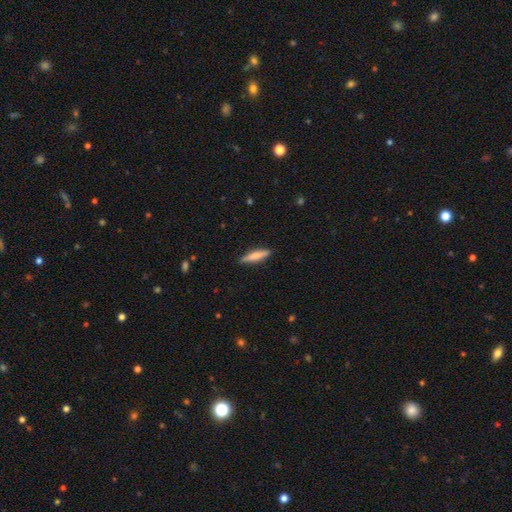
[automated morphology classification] Smooth or featured? Predicted: smooth (p=0.68). How rounded? Predicted: cigar-shaped (p=0.82). Merging? Predicted: none (p=0.88).